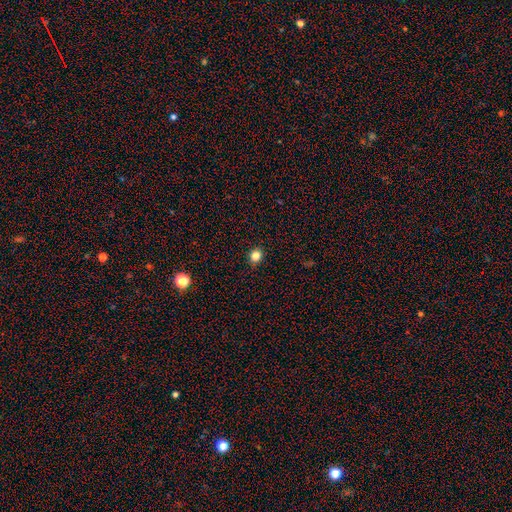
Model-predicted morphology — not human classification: The model was most divided on "how rounded": round: 78%, in between: 21%, cigar-shaped: 1%. More confident: merging — none (91%); smooth or featured — smooth (82%).